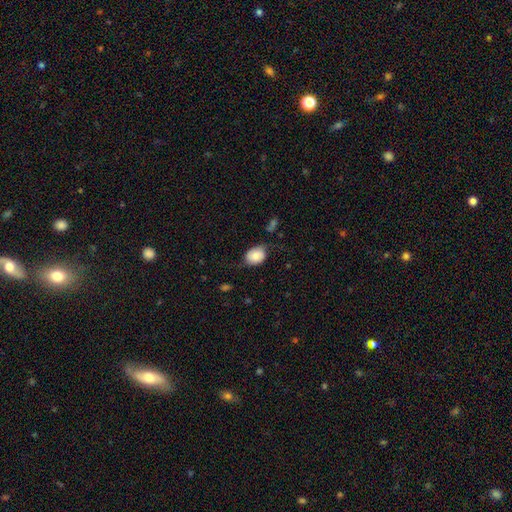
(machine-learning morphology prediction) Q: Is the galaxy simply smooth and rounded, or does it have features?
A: smooth — 70%.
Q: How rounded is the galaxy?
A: in between — 64%.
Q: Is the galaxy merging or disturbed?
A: none — 52%.